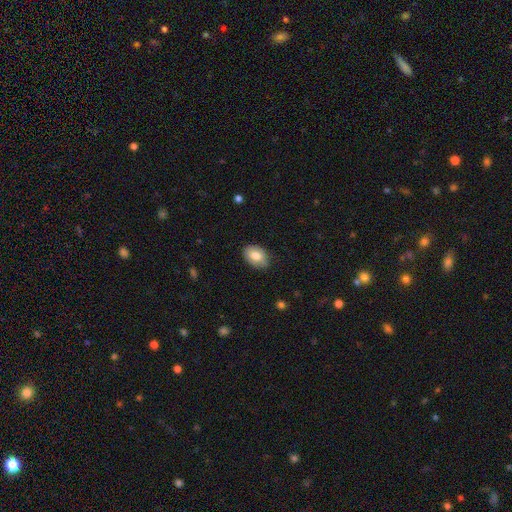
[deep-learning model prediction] smooth 78%, featured or disk 15%, star or artifact 7%. Down the decision tree: how rounded — in between (82%); merging — none (80%).